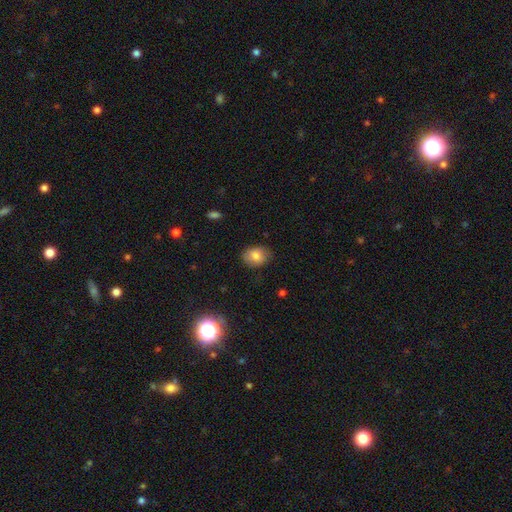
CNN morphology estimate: smooth_or_featured: smooth (p=0.81) [alt: featured or disk p=0.10]
how_rounded: in between (p=0.66) [alt: round p=0.33]
merging: none (p=0.79) [alt: minor disturbance p=0.17]